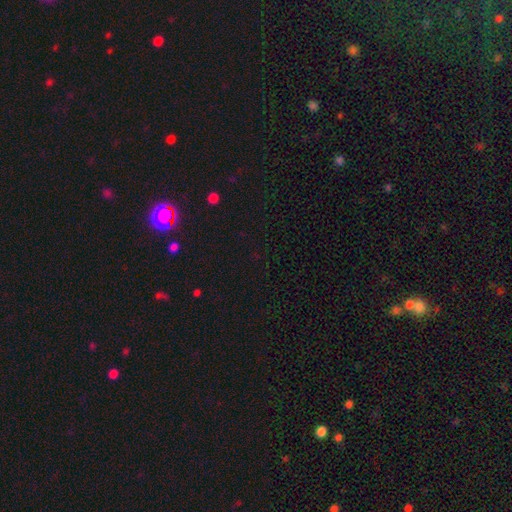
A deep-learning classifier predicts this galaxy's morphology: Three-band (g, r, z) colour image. It shows a star or artifact, not a galaxy (71%).